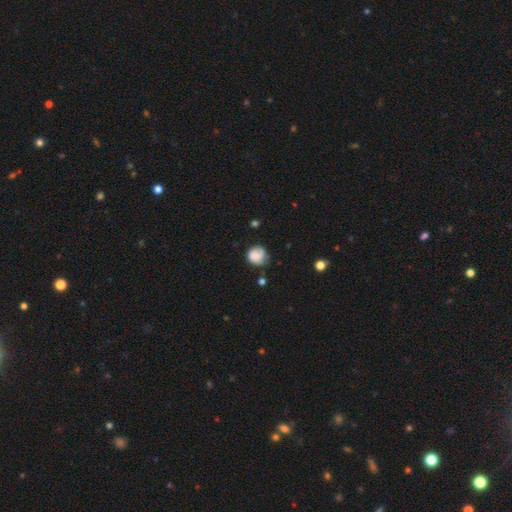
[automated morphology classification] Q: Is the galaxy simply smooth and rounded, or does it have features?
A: smooth — 69%.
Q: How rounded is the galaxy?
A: round — 82%.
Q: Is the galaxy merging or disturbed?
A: none — 57%.